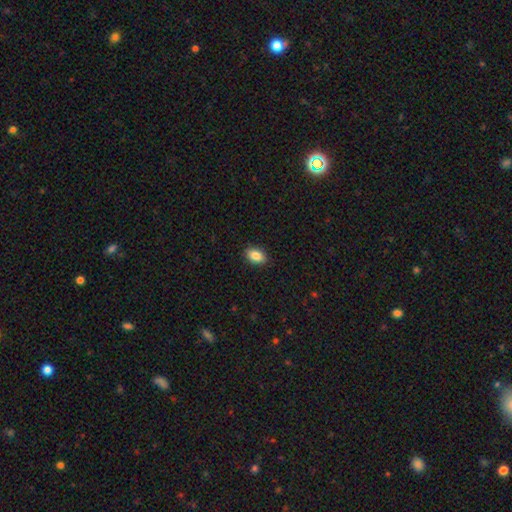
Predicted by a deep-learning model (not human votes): The model was most divided on "smooth or featured": smooth: 87%, star or artifact: 8%, featured or disk: 6%. More confident: merging — none (89%); how rounded — in between (89%).